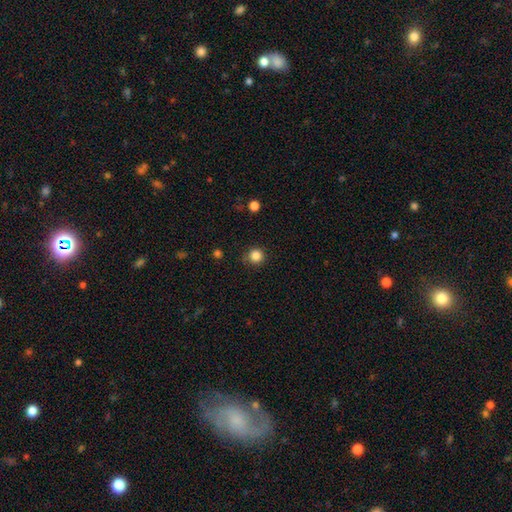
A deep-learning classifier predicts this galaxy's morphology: smooth_or_featured: smooth (p=0.84) [alt: star or artifact p=0.12]
how_rounded: round (p=0.94) [alt: in between p=0.05]
merging: none (p=0.86) [alt: minor disturbance p=0.10]